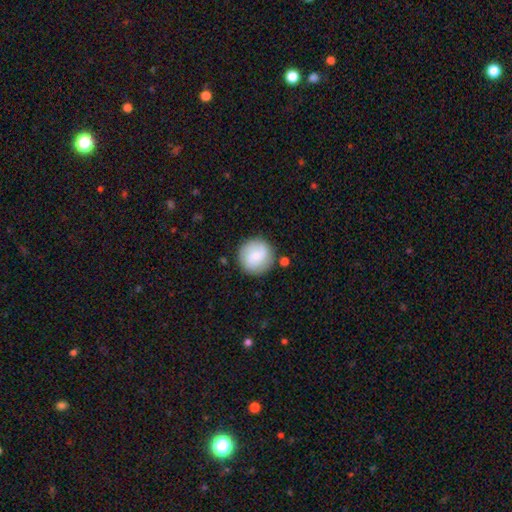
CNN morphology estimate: Smooth or featured?
  - smooth: 64% *
  - featured or disk: 30%
  - star or artifact: 7%
How rounded?
  - round: 94% *
  - in between: 5%
  - cigar-shaped: 1%
Merging?
  - none: 82% *
  - minor disturbance: 11%
  - merger: 4%
  - major disturbance: 4%